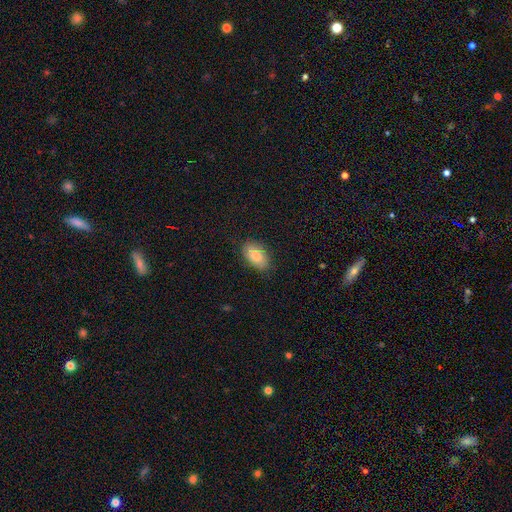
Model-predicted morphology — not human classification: Smooth or featured: smooth — 80% (featured or disk — 13%)
How rounded: in between — 92% (round — 6%)
Merging: none — 83% (minor disturbance — 13%)